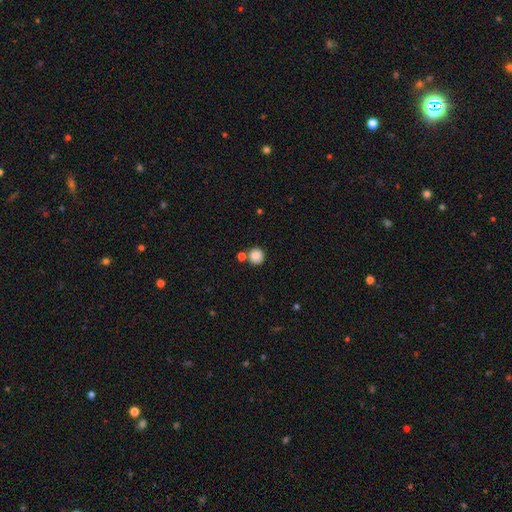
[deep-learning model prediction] Smooth or featured? Predicted: smooth (p=0.86). How rounded? Predicted: round (p=0.93). Merging? Predicted: none (p=0.73).